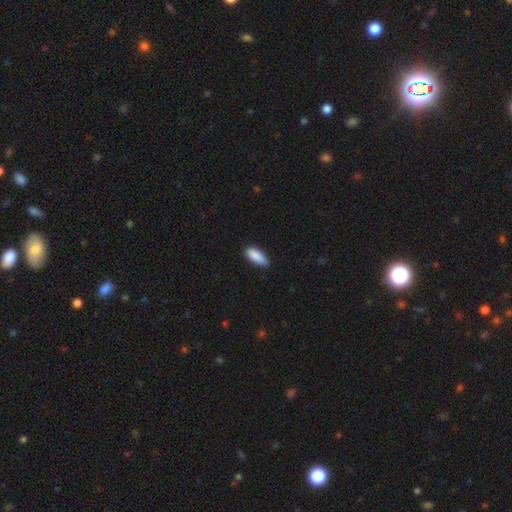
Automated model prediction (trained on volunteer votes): Smooth or featured?
  - smooth: 89% *
  - star or artifact: 6%
  - featured or disk: 5%
How rounded?
  - in between: 77% *
  - cigar-shaped: 21%
  - round: 2%
Merging?
  - none: 77% *
  - minor disturbance: 19%
  - major disturbance: 2%
  - merger: 1%